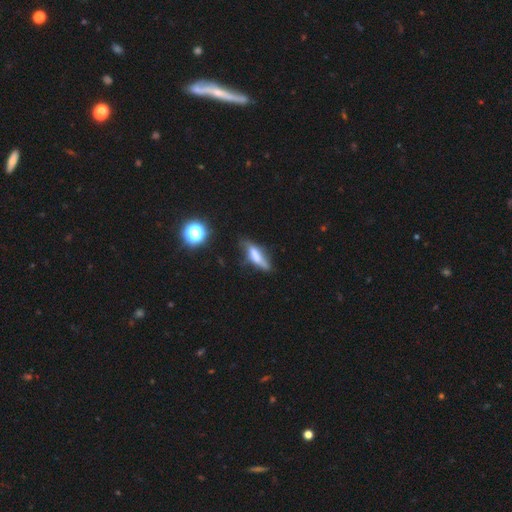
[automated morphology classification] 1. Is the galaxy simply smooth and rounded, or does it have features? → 57% smooth, 32% featured or disk, 11% star or artifact.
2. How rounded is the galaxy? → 61% cigar-shaped, 37% in between, 3% round.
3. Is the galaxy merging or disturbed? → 54% none, 30% minor disturbance, 12% major disturbance, 4% merger.